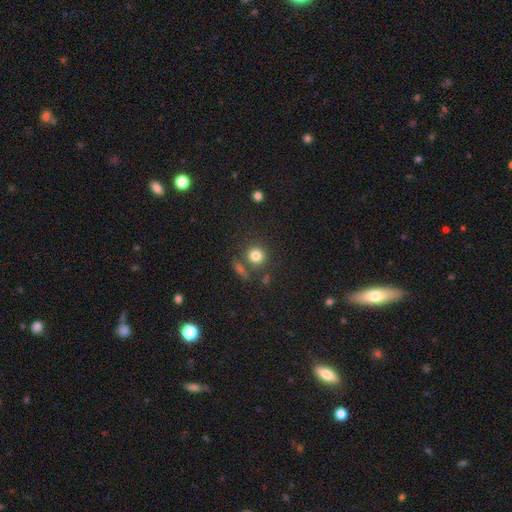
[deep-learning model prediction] smooth 80%, star or artifact 13%, featured or disk 7%. Down the decision tree: how rounded — round (88%); merging — none (74%).